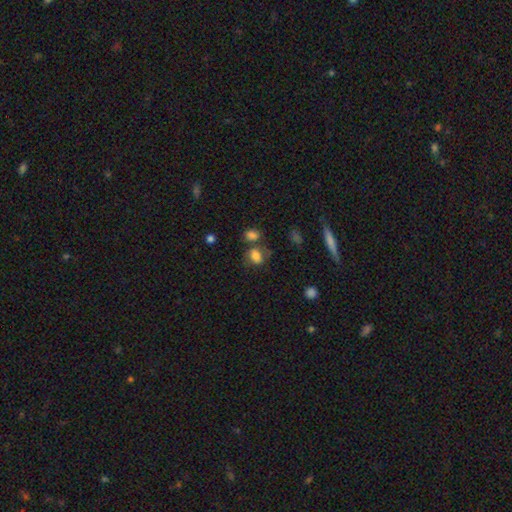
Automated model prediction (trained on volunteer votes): smooth 76%, featured or disk 12%, star or artifact 11%. Down the decision tree: how rounded — in between (61%); merging — none (53%).